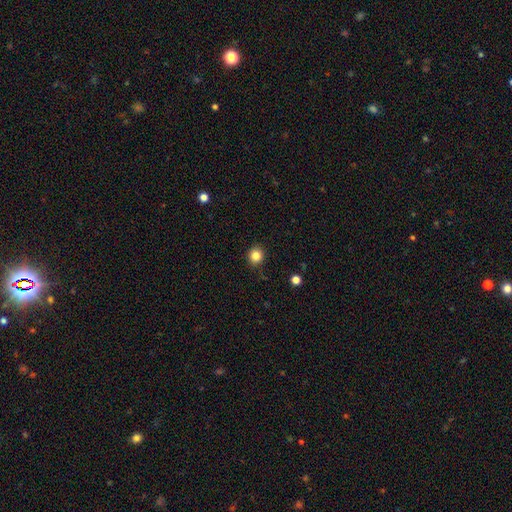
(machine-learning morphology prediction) Overall: smooth (84%). How rounded: round (86%). Merging: none (89%).